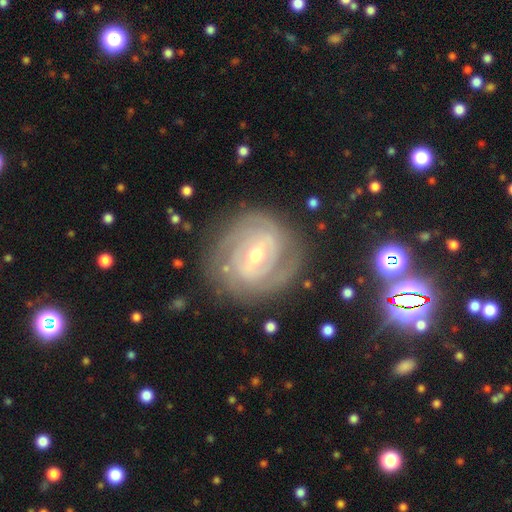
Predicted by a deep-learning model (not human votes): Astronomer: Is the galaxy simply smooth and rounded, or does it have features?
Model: featured or disk — 87%.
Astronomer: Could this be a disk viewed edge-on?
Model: no — 97%.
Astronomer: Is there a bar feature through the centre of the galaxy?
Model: weak — 48% (runner-up: strong, 33%).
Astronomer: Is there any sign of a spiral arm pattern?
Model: yes — 93%.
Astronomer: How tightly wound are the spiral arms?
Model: tight — 77%.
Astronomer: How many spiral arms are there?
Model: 2 — 38% (runner-up: can't tell, 29%).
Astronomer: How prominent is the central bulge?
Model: moderate — 62%.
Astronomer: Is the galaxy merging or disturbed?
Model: none — 79%.